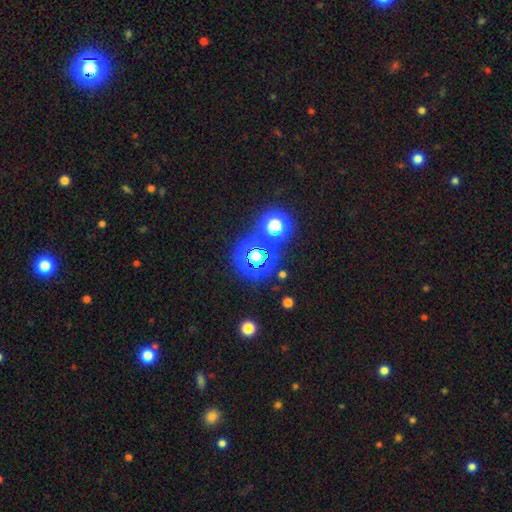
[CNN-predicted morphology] Smooth or featured?
  - star or artifact: 68% *
  - smooth: 22%
  - featured or disk: 10%